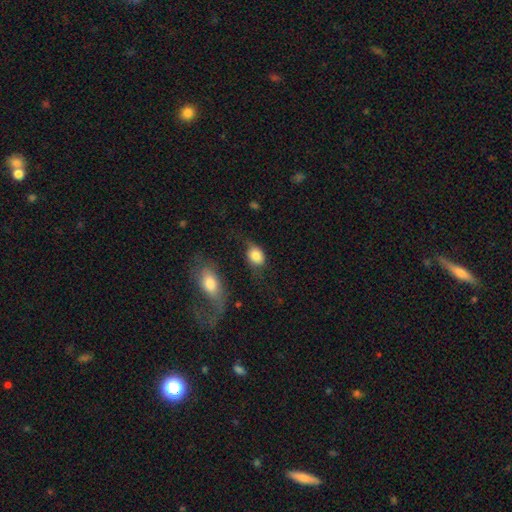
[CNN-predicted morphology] smooth-or-featured: smooth: 80% | featured or disk: 12% | star or artifact: 8%
  how-rounded: in between: 63% | round: 36% | cigar-shaped: 2%
  merging: none: 42% | minor disturbance: 30% | major disturbance: 18% | merger: 10%